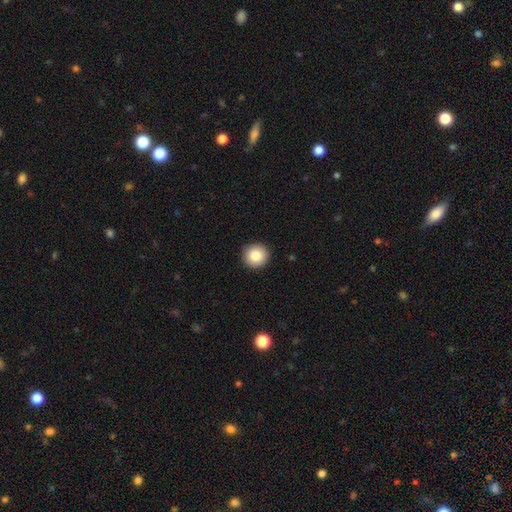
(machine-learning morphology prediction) type=smooth (82%); roundness=round (95%); merging=none (92%).